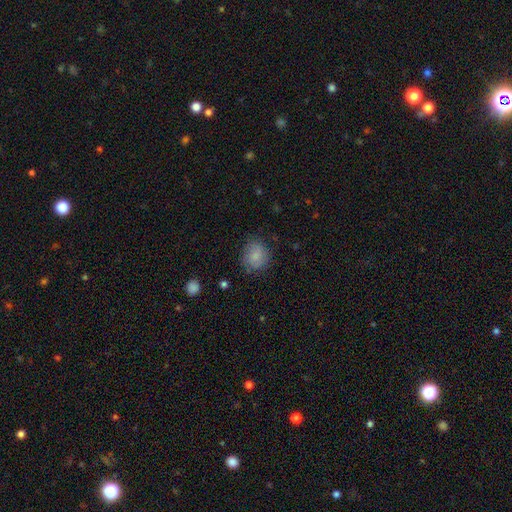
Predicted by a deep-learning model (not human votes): Morphology: type=smooth (81%); roundness=round (69%); merging=none (73%).